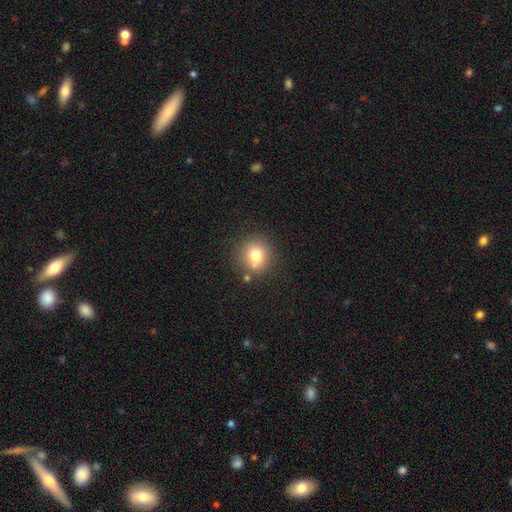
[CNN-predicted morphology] This is likely a smooth galaxy (76%). How rounded: clearly round (88%). Merging: likely none (75%).